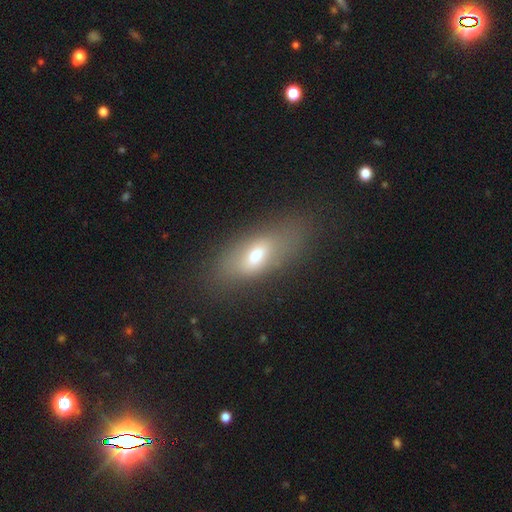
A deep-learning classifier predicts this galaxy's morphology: smooth-or-featured: smooth: 60% | featured or disk: 29% | star or artifact: 11%
  how-rounded: in between: 76% | cigar-shaped: 18% | round: 5%
  merging: none: 75% | minor disturbance: 15% | major disturbance: 7% | merger: 2%